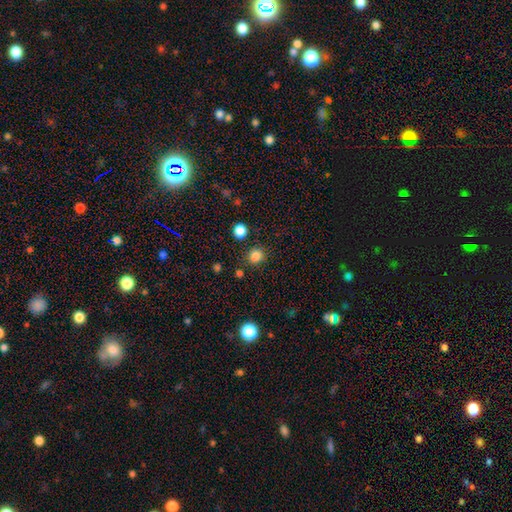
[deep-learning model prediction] The model was most divided on "how rounded": round: 85%, in between: 15%, cigar-shaped: 1%. More confident: merging — none (85%); smooth or featured — smooth (83%).